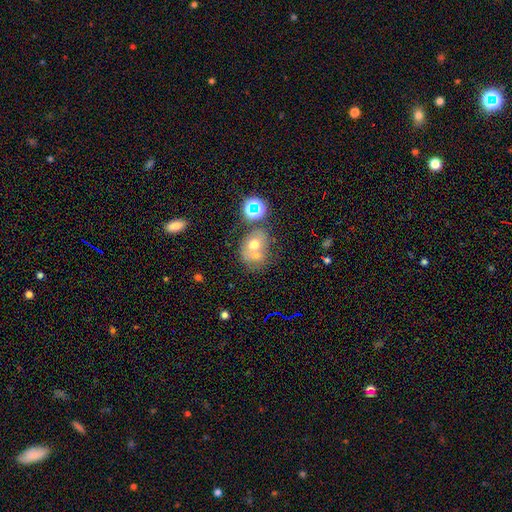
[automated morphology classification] Smooth or featured? smooth (56%)
How rounded? round (54%)
Merging? merger (46%)